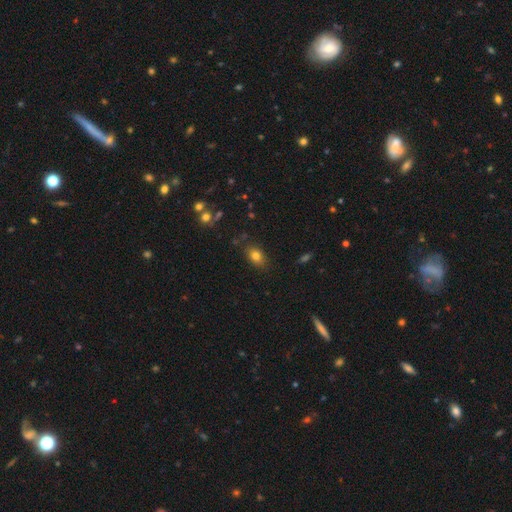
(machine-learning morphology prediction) This appears to be a smooth galaxy with no disk features (81%) that is in between round and cigar-shaped (81%). Merging: none (80%).